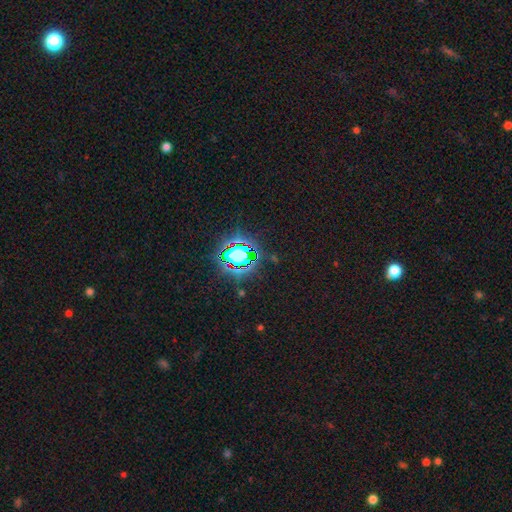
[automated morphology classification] smooth_or_featured: star or artifact (p=0.82) [alt: smooth p=0.12]